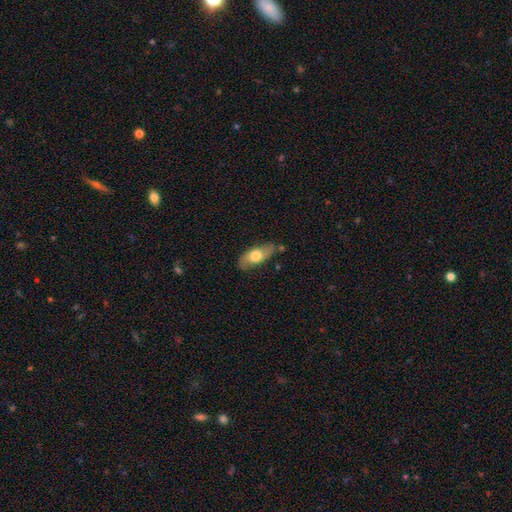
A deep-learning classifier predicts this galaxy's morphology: smooth_or_featured: smooth (p=0.61) [alt: featured or disk p=0.33]
how_rounded: in between (p=0.78) [alt: cigar-shaped p=0.18]
merging: none (p=0.73) [alt: minor disturbance p=0.19]